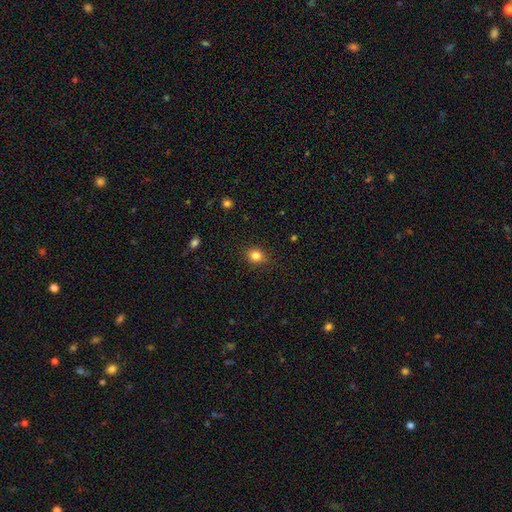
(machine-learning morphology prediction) type=smooth (82%); roundness=round (70%); merging=none (87%).